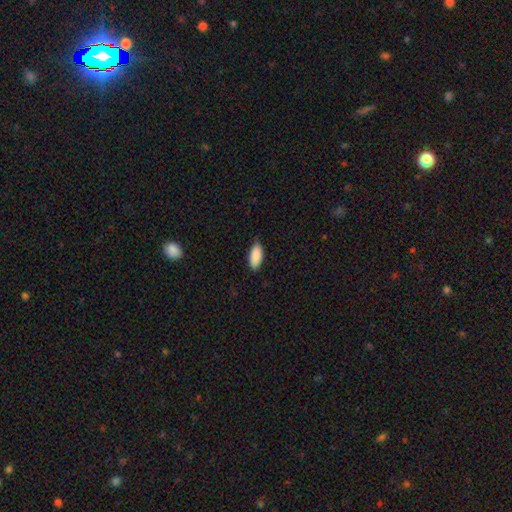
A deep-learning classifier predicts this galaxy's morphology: smooth_or_featured: smooth (p=0.90) [alt: star or artifact p=0.06]
how_rounded: in between (p=0.89) [alt: cigar-shaped p=0.10]
merging: none (p=0.84) [alt: minor disturbance p=0.13]